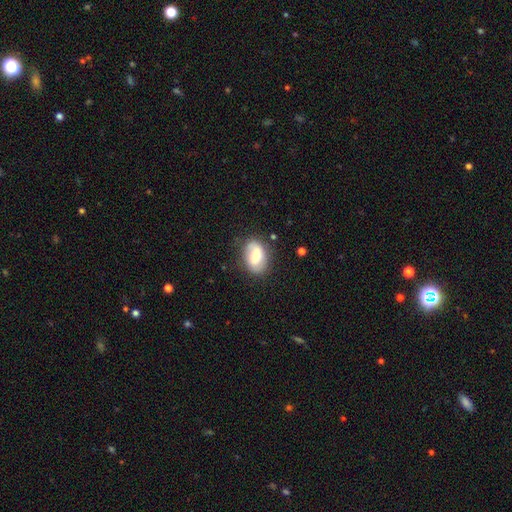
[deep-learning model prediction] smooth-or-featured: smooth: 59% | featured or disk: 34% | star or artifact: 7%
  how-rounded: in between: 80% | round: 18% | cigar-shaped: 2%
  merging: none: 73% | minor disturbance: 19% | major disturbance: 6% | merger: 2%